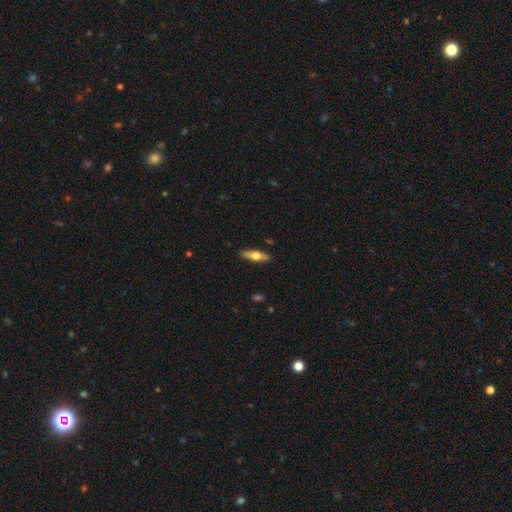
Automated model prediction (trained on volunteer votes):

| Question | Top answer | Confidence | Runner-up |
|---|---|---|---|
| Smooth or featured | smooth | 55% | featured or disk (39%) |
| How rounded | cigar-shaped | 56% | in between (42%) |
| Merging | none | 89% | minor disturbance (8%) |